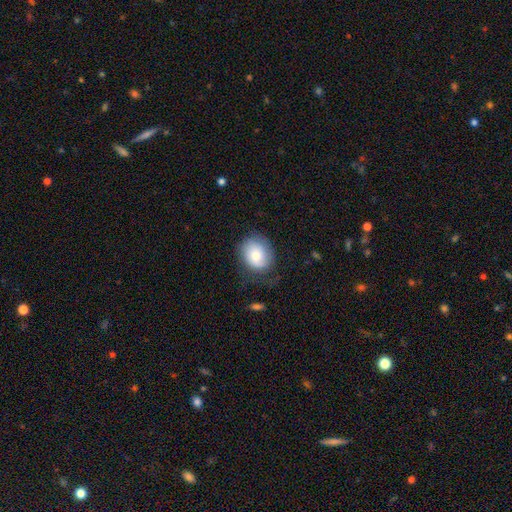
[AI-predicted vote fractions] smooth 72%, featured or disk 20%, star or artifact 8%. Down the decision tree: how rounded — round (59%); merging — none (64%).